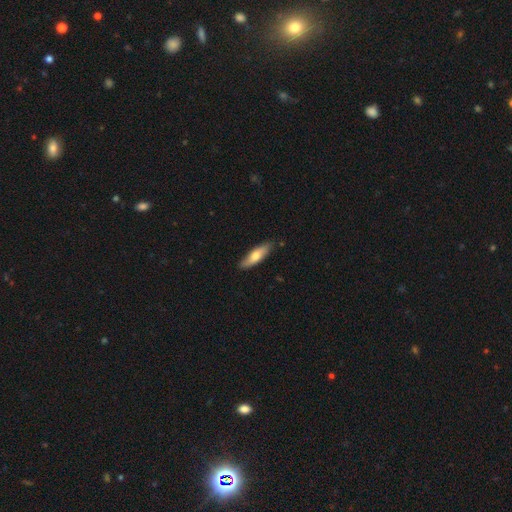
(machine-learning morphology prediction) Q: Smooth or featured?
A: smooth (64%); runner-up: featured or disk (31%)
Q: How rounded?
A: cigar-shaped (60%); runner-up: in between (38%)
Q: Merging?
A: none (86%); runner-up: minor disturbance (11%)